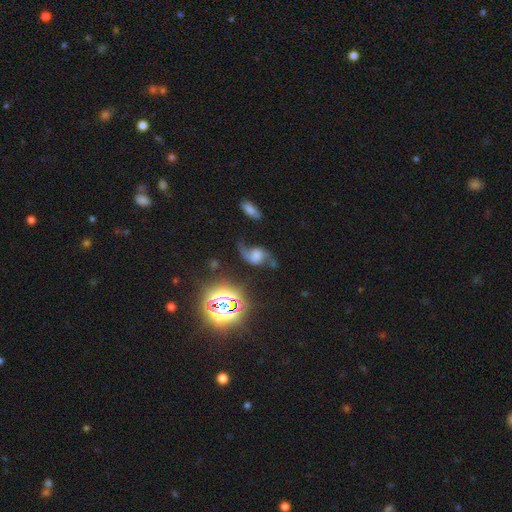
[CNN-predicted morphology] This appears to be a featured or disk galaxy (66%) with no bar (58%), 2 (84%) loose (80%) spiral arms (91%) and no central bulge (32%). Merging: none (47%).